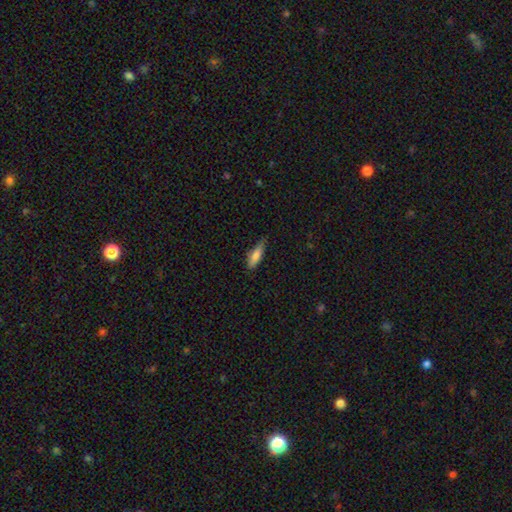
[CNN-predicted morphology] type=smooth (79%); roundness=cigar-shaped (53%); merging=none (70%).